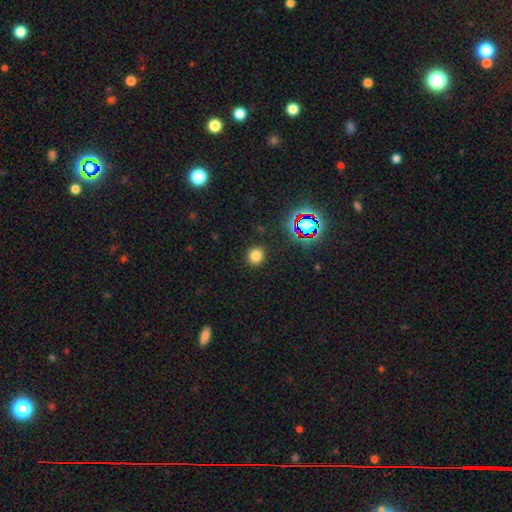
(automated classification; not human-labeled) Smooth or featured? Predicted: smooth (p=0.78). How rounded? Predicted: round (p=0.88). Merging? Predicted: none (p=0.90).